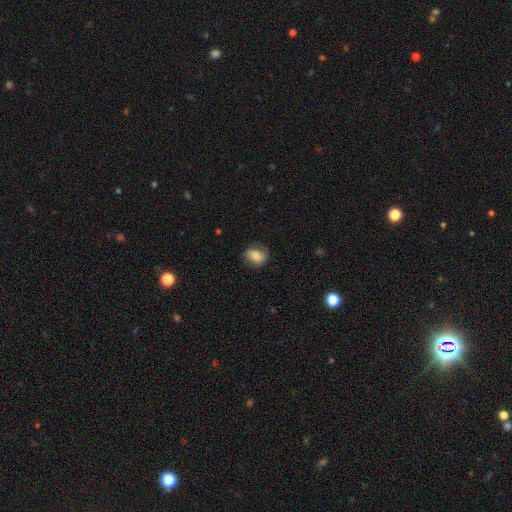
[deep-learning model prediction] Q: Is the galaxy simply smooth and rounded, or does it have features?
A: smooth — 70%.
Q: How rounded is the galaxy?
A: in between — 60%.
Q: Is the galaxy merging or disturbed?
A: none — 71%.